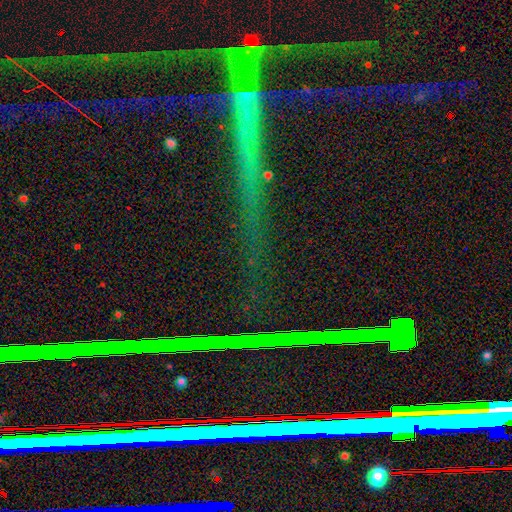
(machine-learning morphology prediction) Smooth or featured? star or artifact (83%)